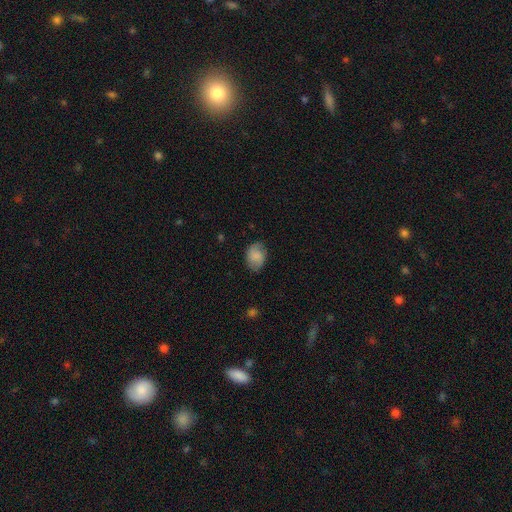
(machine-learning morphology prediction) A smooth galaxy with no disk features (68%) that is in between round and cigar-shaped (70%). Merging: none (73%).